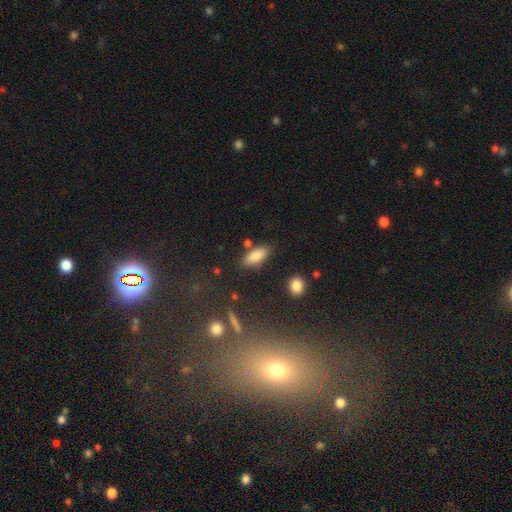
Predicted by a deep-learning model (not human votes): Morphology: type=smooth (83%); roundness=in between (83%); merging=none (77%).